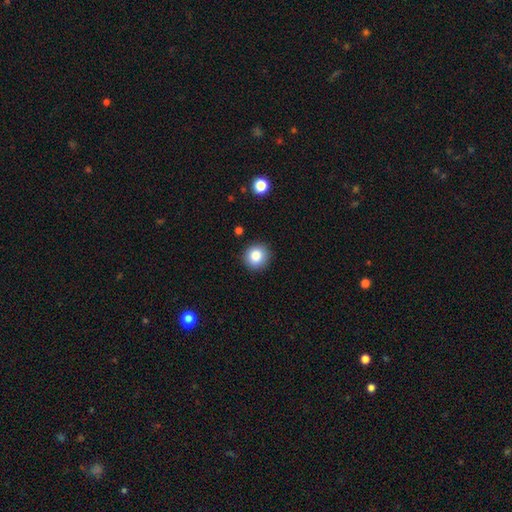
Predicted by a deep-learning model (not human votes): A smooth galaxy with no disk features (85%) that is round (89%).

Vote fractions:
- Smooth or featured? smooth: 85% / star or artifact: 10% / featured or disk: 5%
- How rounded? round: 89% / in between: 10% / cigar-shaped: 1%
- Merging? none: 89% / minor disturbance: 7% / major disturbance: 2% / merger: 1%